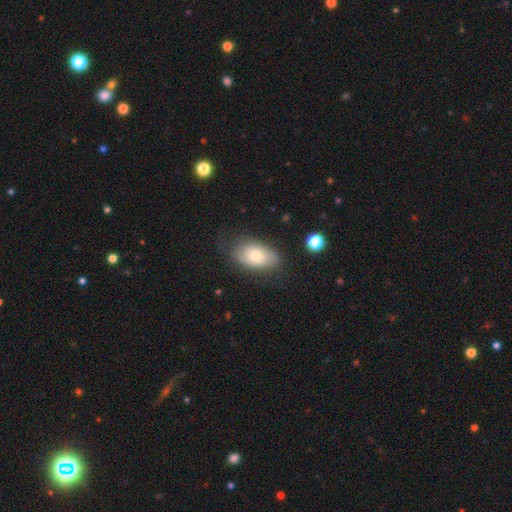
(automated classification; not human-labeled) Q: Smooth or featured?
A: smooth (61%); runner-up: featured or disk (31%)
Q: How rounded?
A: in between (90%); runner-up: round (8%)
Q: Merging?
A: none (64%); runner-up: minor disturbance (25%)